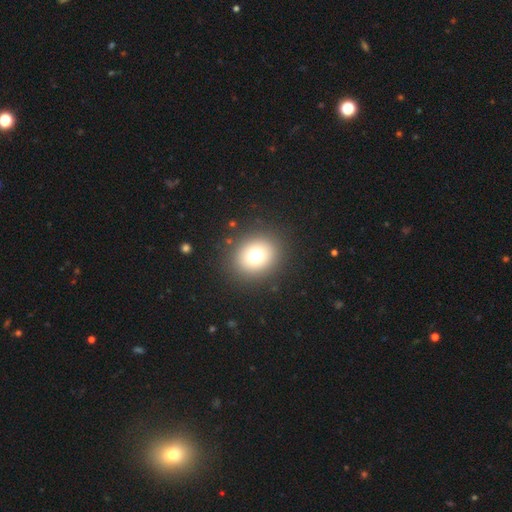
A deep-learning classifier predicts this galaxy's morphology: Smooth or featured: smooth — 73% (star or artifact — 15%)
How rounded: round — 76% (in between — 23%)
Merging: none — 89% (minor disturbance — 6%)